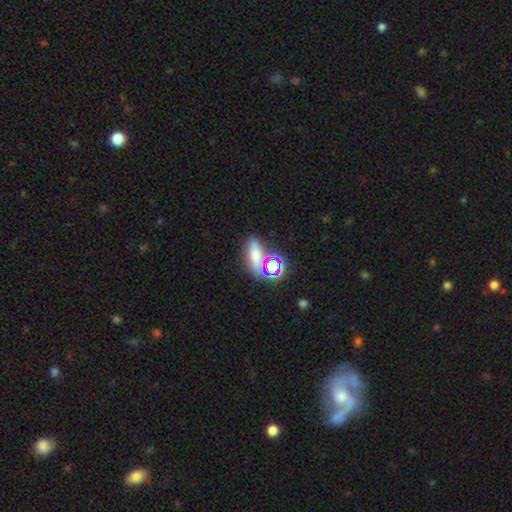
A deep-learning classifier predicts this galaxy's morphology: Overall: smooth (56%; star or artifact 28%). How rounded: in between (62%). Merging: none (65%).